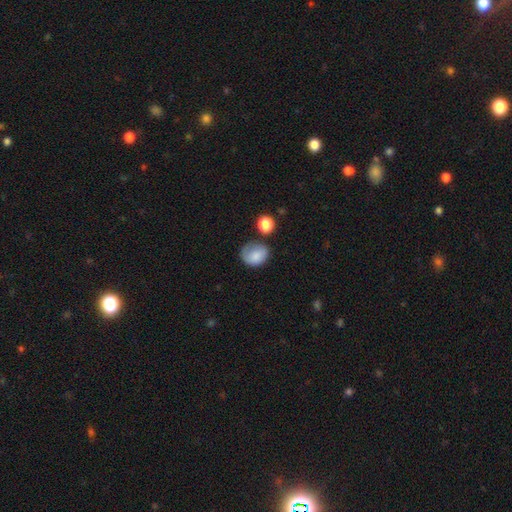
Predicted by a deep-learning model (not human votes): smooth 79%, featured or disk 13%, star or artifact 9%. Down the decision tree: how rounded — round (54%); merging — none (47%).